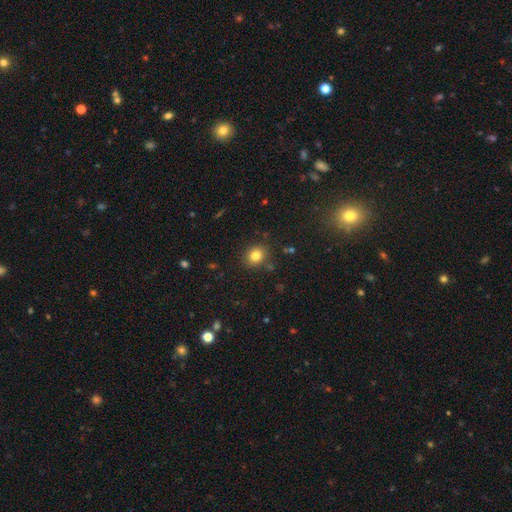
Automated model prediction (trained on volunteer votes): Overall: smooth (81%). How rounded: round (67%; in between 32%). Merging: none (85%).